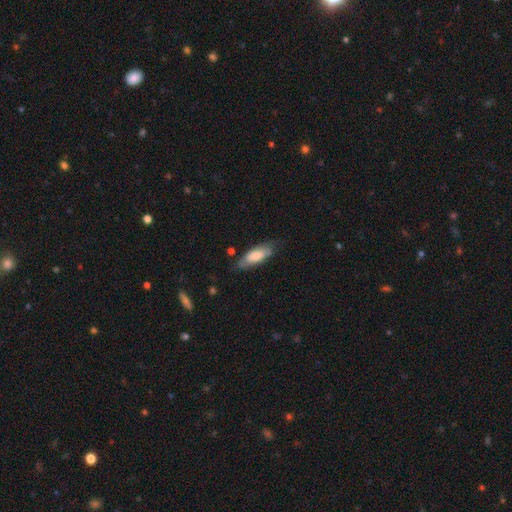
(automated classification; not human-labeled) smooth-or-featured: smooth: 66% | featured or disk: 28% | star or artifact: 6%
  how-rounded: in between: 64% | cigar-shaped: 34% | round: 2%
  merging: none: 66% | minor disturbance: 24% | major disturbance: 7% | merger: 2%